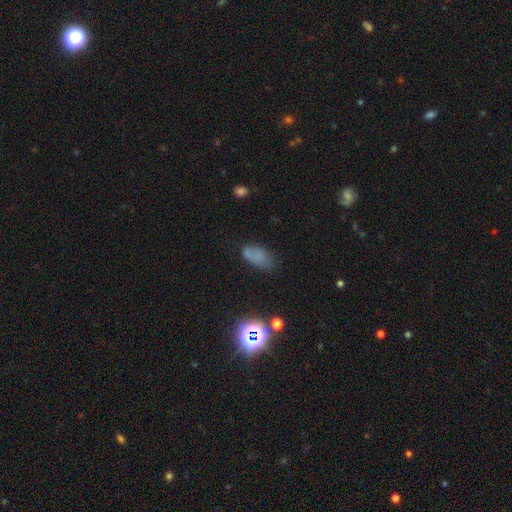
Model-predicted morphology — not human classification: Smooth or featured: smooth — 67% (star or artifact — 20%)
How rounded: in between — 88% (round — 7%)
Merging: none — 56% (minor disturbance — 27%)